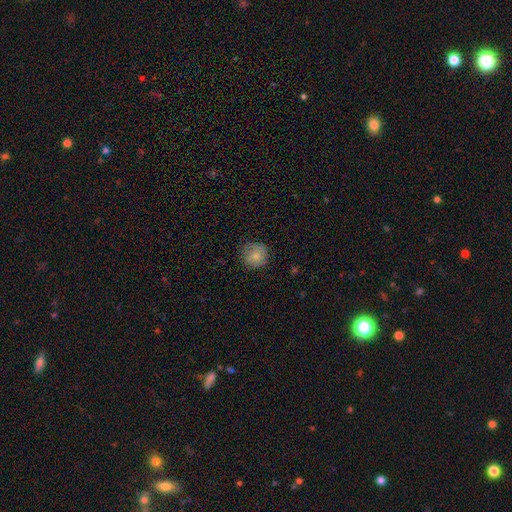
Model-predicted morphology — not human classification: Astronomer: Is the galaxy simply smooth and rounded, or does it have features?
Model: smooth — 80%.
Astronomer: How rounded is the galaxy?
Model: round — 92%.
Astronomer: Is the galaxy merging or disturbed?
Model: none — 79%.